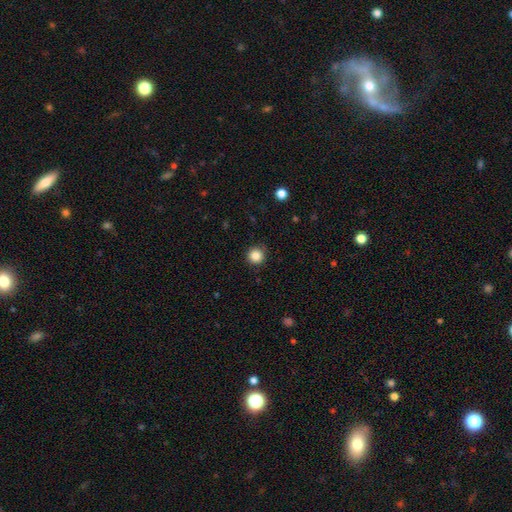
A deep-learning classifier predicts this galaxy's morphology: Smooth or featured? Predicted: smooth (p=0.86). How rounded? Predicted: round (p=0.95). Merging? Predicted: none (p=0.88).